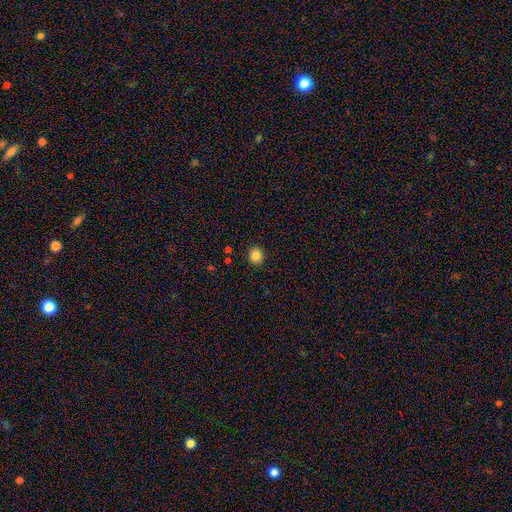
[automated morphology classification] A smooth galaxy with no disk features (85%) that is round (79%).

Vote fractions:
- Smooth or featured? smooth: 85% / star or artifact: 11% / featured or disk: 4%
- How rounded? round: 79% / in between: 20% / cigar-shaped: 1%
- Merging? none: 90% / minor disturbance: 7% / major disturbance: 2% / merger: 1%